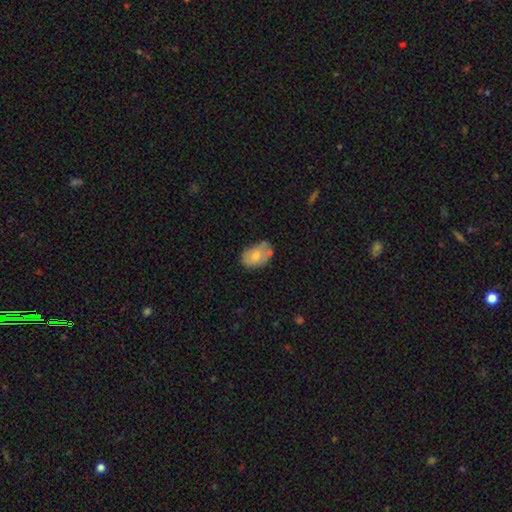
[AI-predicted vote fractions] Q: Smooth or featured?
A: smooth (70%); runner-up: featured or disk (22%)
Q: How rounded?
A: in between (82%); runner-up: round (17%)
Q: Merging?
A: none (49%); runner-up: minor disturbance (32%)